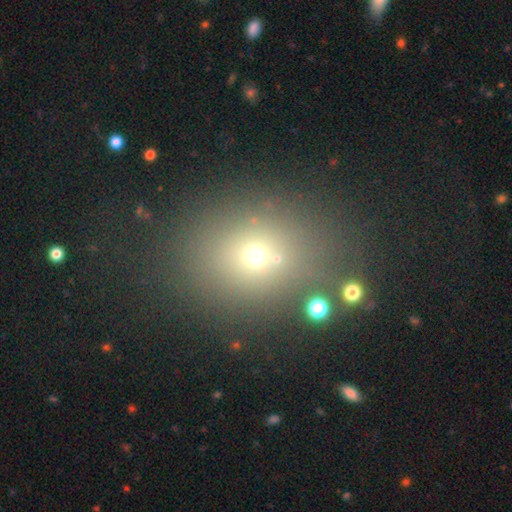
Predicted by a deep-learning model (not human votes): This appears to be a smooth galaxy with no disk features (60%) that is round (58%). Merging: none (74%).